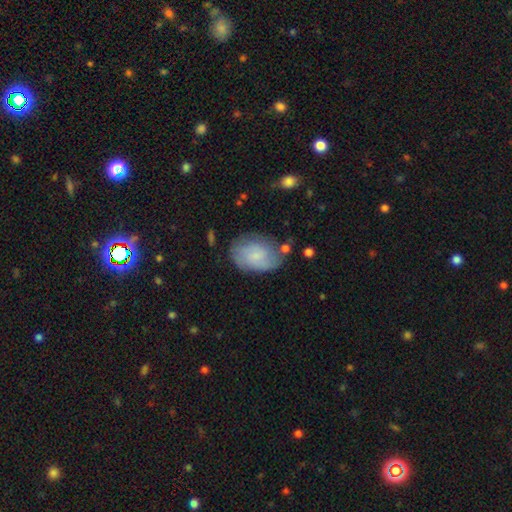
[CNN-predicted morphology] Overall: smooth (56%; featured or disk 36%). How rounded: in between (79%). Merging: none (64%; minor disturbance 24%).